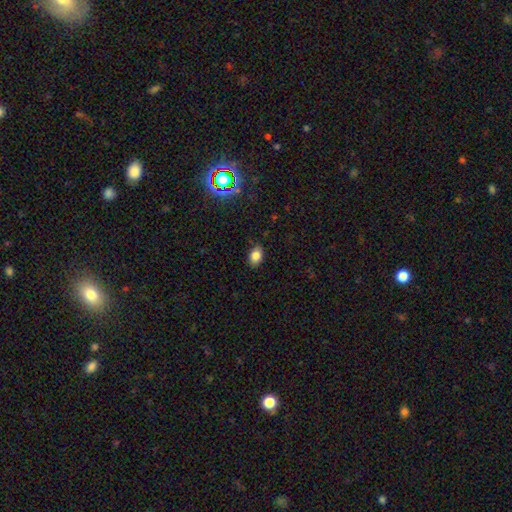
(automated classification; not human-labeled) Overall: smooth (82%). How rounded: in between (79%). Merging: none (85%).